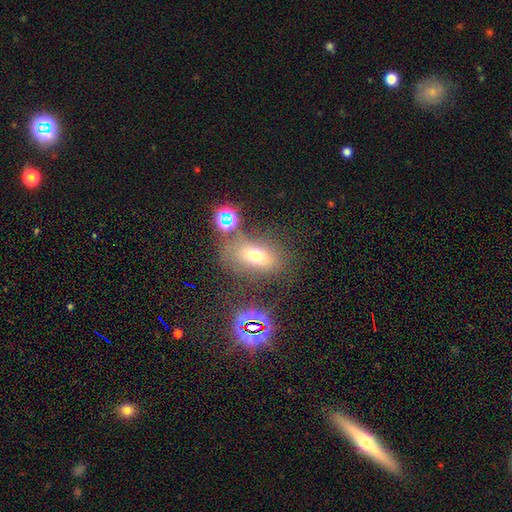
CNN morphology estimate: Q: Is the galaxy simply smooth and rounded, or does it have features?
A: smooth — 61%.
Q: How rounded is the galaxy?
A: in between — 76%.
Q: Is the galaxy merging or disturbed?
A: none — 62%.